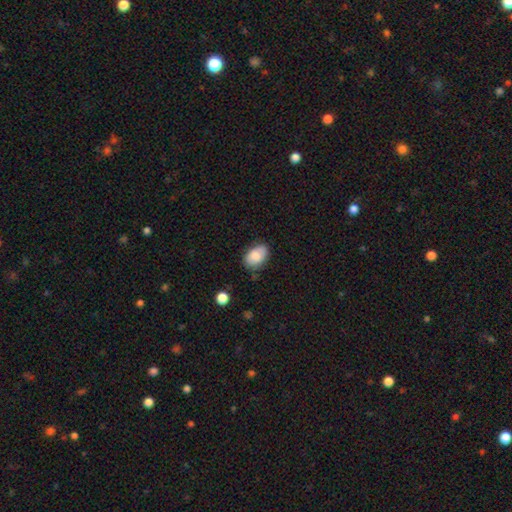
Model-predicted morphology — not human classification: smooth 82%, featured or disk 11%, star or artifact 7%. Down the decision tree: how rounded — in between (88%); merging — none (73%).